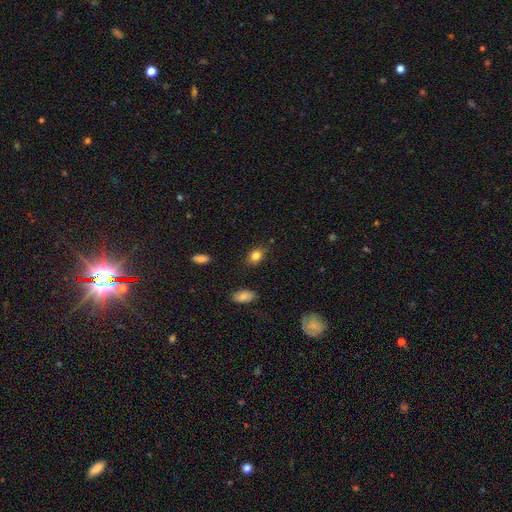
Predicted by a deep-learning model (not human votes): smooth 82%, star or artifact 10%, featured or disk 8%. Down the decision tree: how rounded — in between (76%); merging — none (79%).